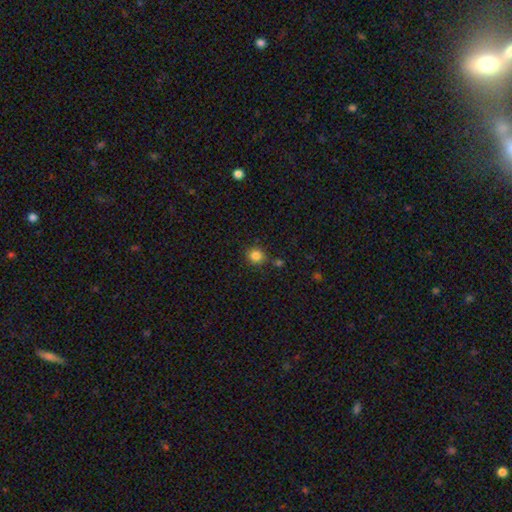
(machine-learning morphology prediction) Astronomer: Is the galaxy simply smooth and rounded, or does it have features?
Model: smooth — 84%.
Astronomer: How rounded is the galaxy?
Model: round — 89%.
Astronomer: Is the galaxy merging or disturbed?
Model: none — 83%.